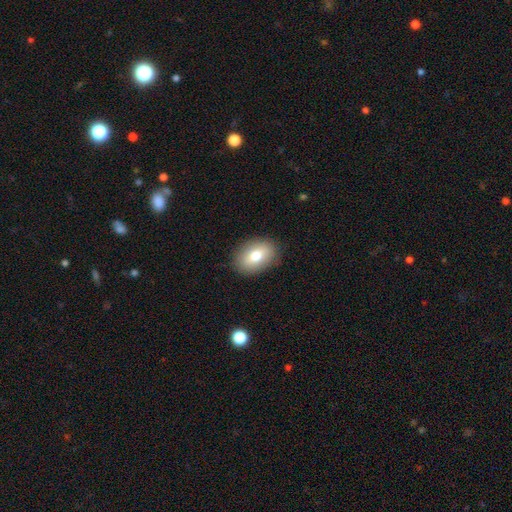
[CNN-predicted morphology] The model was most divided on "smooth or featured": smooth: 77%, featured or disk: 16%, star or artifact: 8%. More confident: merging — none (87%); how rounded — in between (84%).